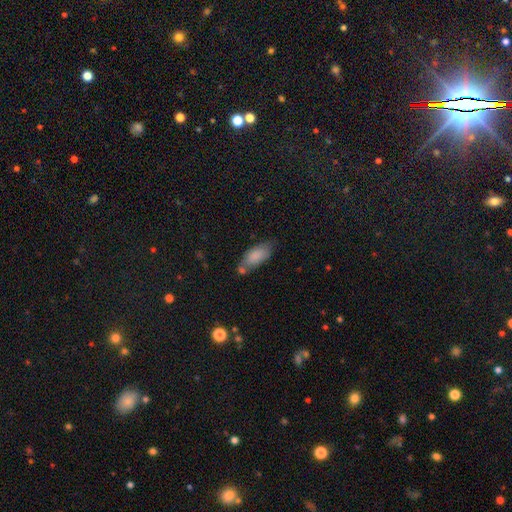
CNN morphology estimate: A smooth galaxy with no disk features (84%) that is in between round and cigar-shaped (85%).

Vote fractions:
- Smooth or featured? smooth: 84% / featured or disk: 10% / star or artifact: 7%
- How rounded? in between: 85% / cigar-shaped: 13% / round: 2%
- Merging? none: 53% / minor disturbance: 23% / merger: 17% / major disturbance: 7%